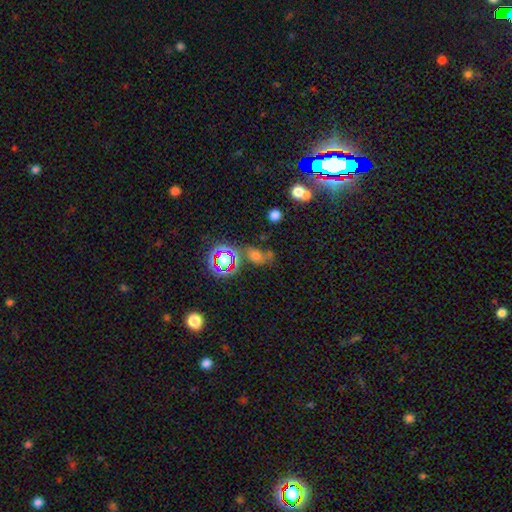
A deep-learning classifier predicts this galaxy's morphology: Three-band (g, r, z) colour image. It shows a smooth galaxy with no disk features (46%). Merging: none (45%).